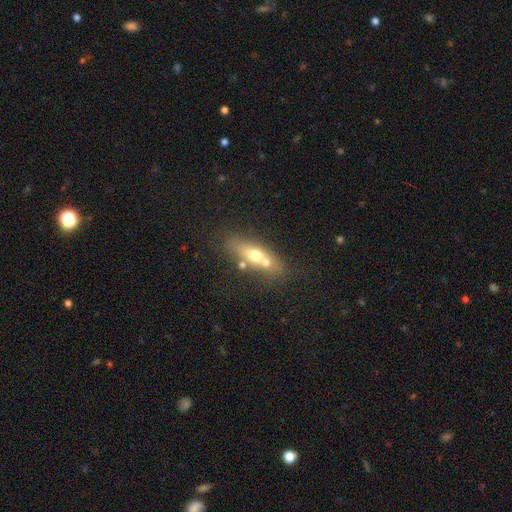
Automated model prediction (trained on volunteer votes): Morphology: type=smooth (55%); roundness=in between (57%); merging=none (45%).